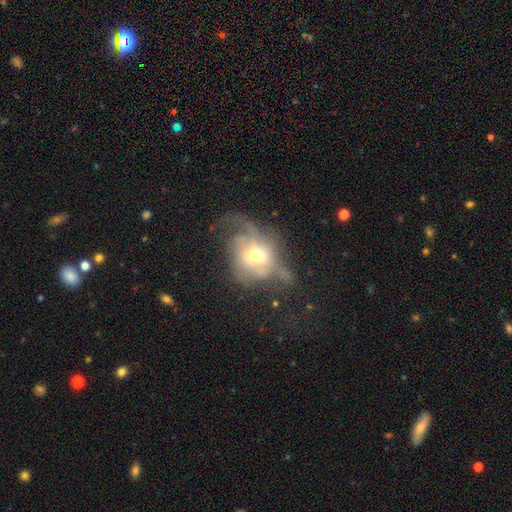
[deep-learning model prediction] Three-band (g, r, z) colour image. It shows a featured or disk galaxy (56%) with no bar (70%), spiral arms (54%) and a moderate central bulge (66%). Merging: major disturbance (48%).